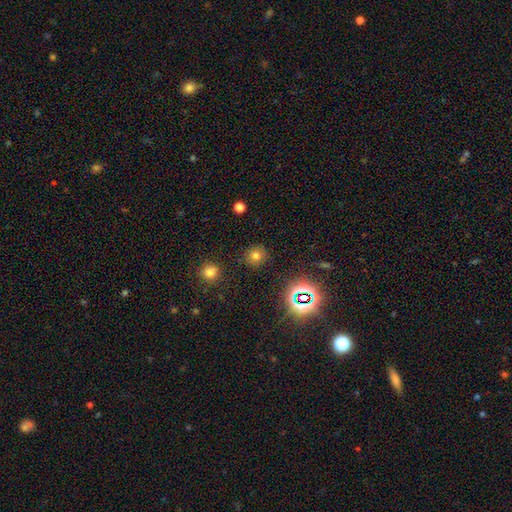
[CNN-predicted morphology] Overall: smooth (69%). How rounded: round (89%). Merging: none (87%).